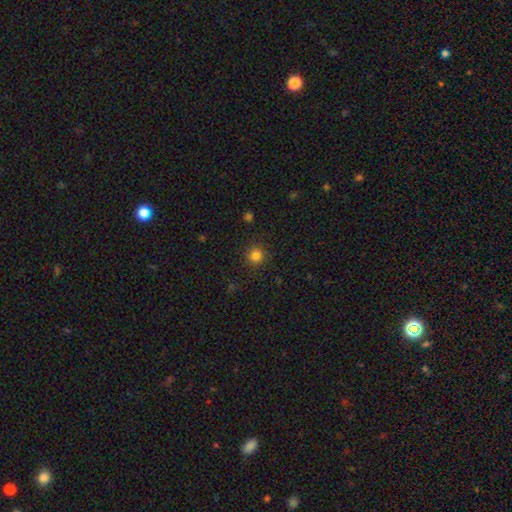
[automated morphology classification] Smooth or featured? Predicted: smooth (p=0.83). How rounded? Predicted: round (p=0.93). Merging? Predicted: none (p=0.90).